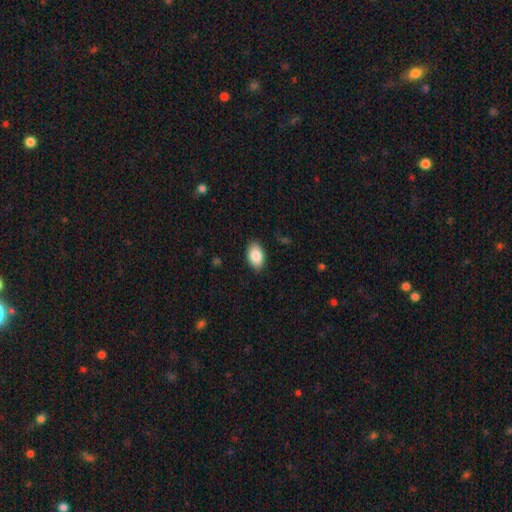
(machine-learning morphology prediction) A smooth galaxy with no disk features (87%) that is in between round and cigar-shaped (90%). Merging: none (87%).